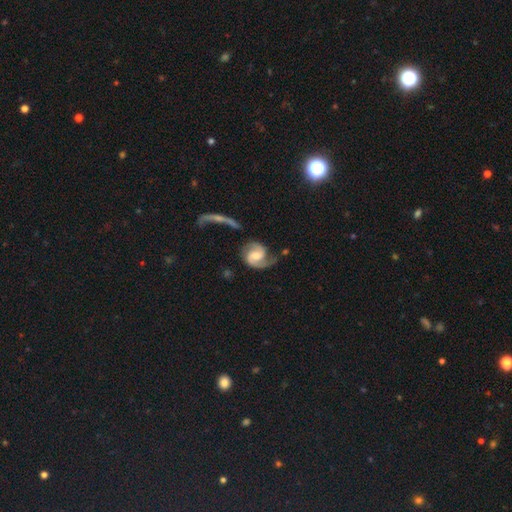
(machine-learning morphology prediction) This is clearly a featured or disk galaxy (86%). It is clearly not viewed edge-on (98%). Bar: marginally weak (44%). Spiral arm pattern: clearly yes (97%). Spiral arm count: clearly 2 (88%). Spiral winding: possibly medium (51%). Central bulge: possibly moderate (45%). Merging: likely none (61%).